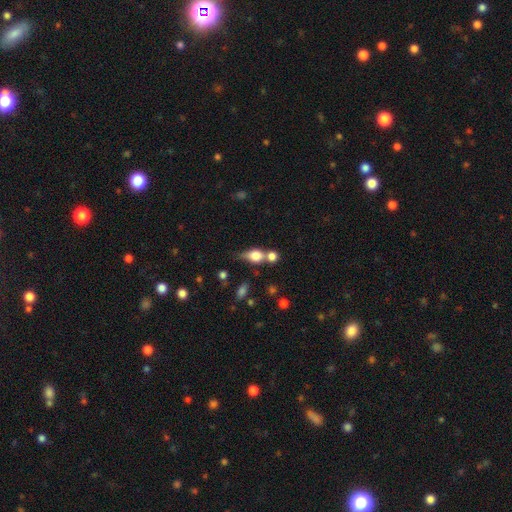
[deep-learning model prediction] smooth-or-featured: smooth: 71% | featured or disk: 18% | star or artifact: 11%
  how-rounded: in between: 55% | round: 36% | cigar-shaped: 9%
  merging: merger: 38% | none: 34% | minor disturbance: 18% | major disturbance: 10%